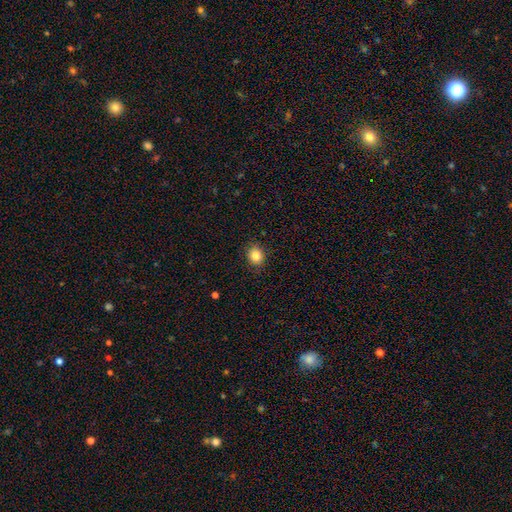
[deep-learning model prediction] Q: Smooth or featured?
A: smooth (85%); runner-up: star or artifact (10%)
Q: How rounded?
A: round (72%); runner-up: in between (28%)
Q: Merging?
A: none (88%); runner-up: minor disturbance (9%)